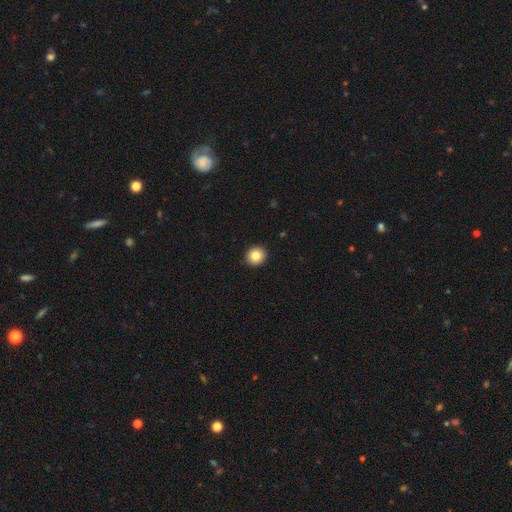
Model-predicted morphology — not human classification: The model was most divided on "smooth or featured": smooth: 84%, star or artifact: 10%, featured or disk: 7%. More confident: merging — none (93%); how rounded — round (89%).